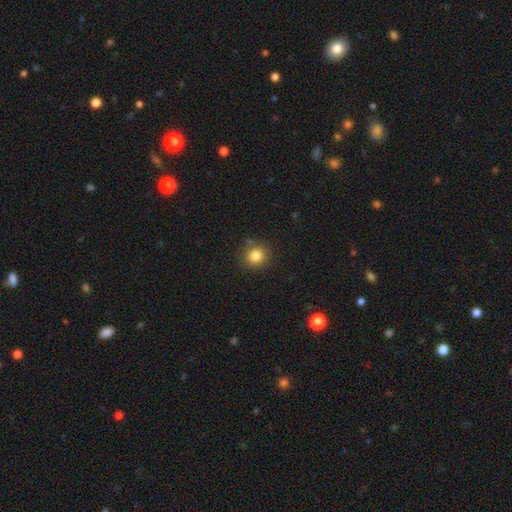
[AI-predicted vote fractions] A smooth galaxy with no disk features (83%) that is round (89%).

Vote fractions:
- Smooth or featured? smooth: 83% / star or artifact: 12% / featured or disk: 5%
- How rounded? round: 89% / in between: 10% / cigar-shaped: 1%
- Merging? none: 85% / minor disturbance: 9% / merger: 3% / major disturbance: 3%